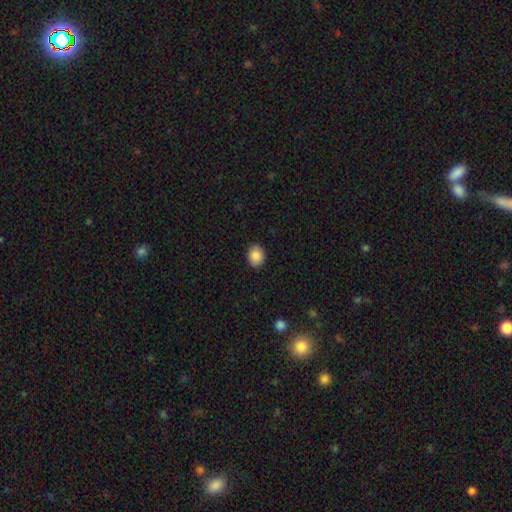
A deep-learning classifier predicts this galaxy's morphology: Smooth or featured? Predicted: smooth (p=0.87). How rounded? Predicted: in between (p=0.50). Merging? Predicted: none (p=0.90).